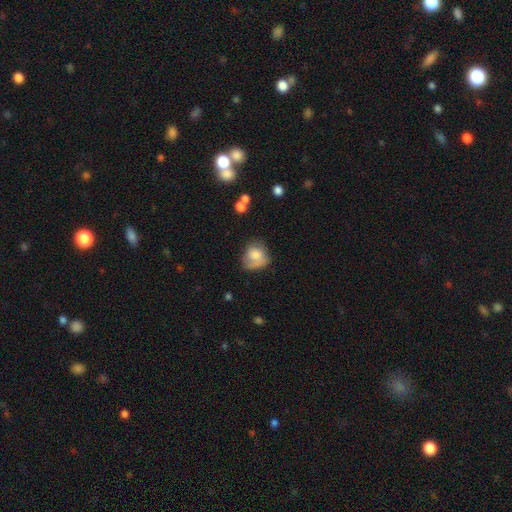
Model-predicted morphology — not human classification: smooth-or-featured: smooth: 68% | featured or disk: 24% | star or artifact: 8%
  how-rounded: round: 63% | in between: 36% | cigar-shaped: 1%
  merging: none: 42% | minor disturbance: 32% | major disturbance: 22% | merger: 4%